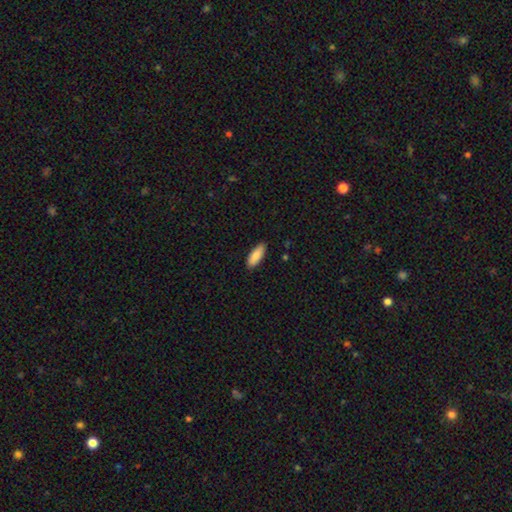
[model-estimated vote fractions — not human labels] The model was most divided on "how rounded": in between: 72%, cigar-shaped: 26%, round: 2%. More confident: merging — none (89%); smooth or featured — smooth (88%).